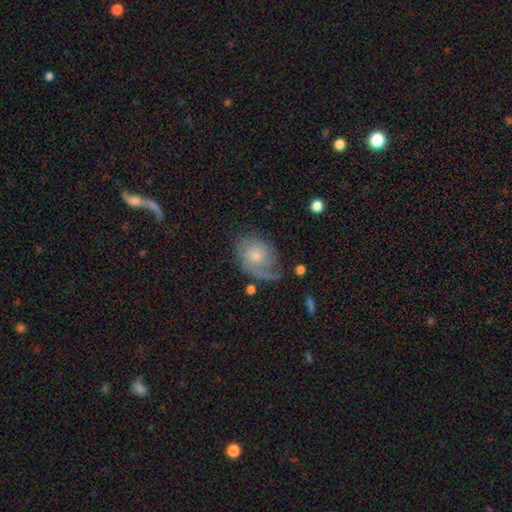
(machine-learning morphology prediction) Smooth or featured: featured or disk — 51% (smooth — 41%)
Edge-on disk: no — 96% (yes — 4%)
Merging: none — 44% (minor disturbance — 28%)